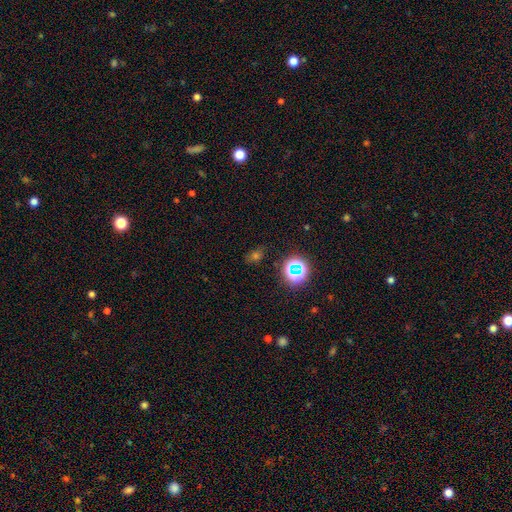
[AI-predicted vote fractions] smooth-or-featured: smooth: 47% | star or artifact: 43% | featured or disk: 10%
  merging: none: 81% | minor disturbance: 12% | major disturbance: 4% | merger: 3%